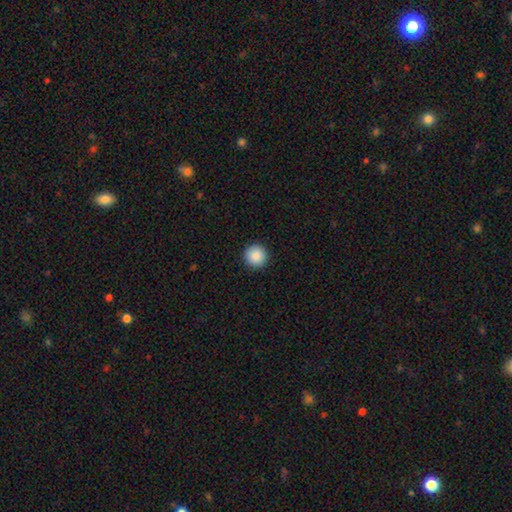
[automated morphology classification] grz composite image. It shows a smooth galaxy with no disk features (88%) that is round (96%). Merging: none (93%).